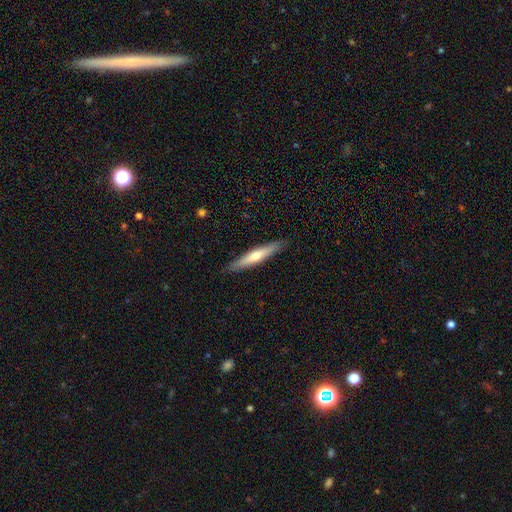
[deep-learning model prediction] A smooth galaxy with no disk features (48%).

Vote fractions:
- Smooth or featured? smooth: 48% / featured or disk: 46% / star or artifact: 6%
- Merging? none: 90% / minor disturbance: 8% / major disturbance: 2% / merger: 1%